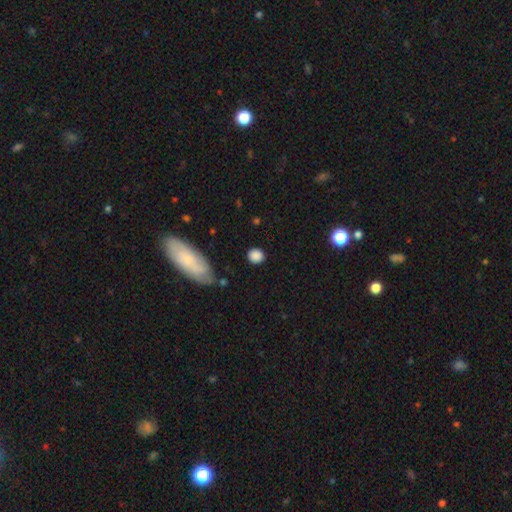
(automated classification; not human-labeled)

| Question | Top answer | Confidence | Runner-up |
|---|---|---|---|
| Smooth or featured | smooth | 86% | star or artifact (8%) |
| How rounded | round | 76% | in between (22%) |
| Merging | none | 82% | minor disturbance (12%) |